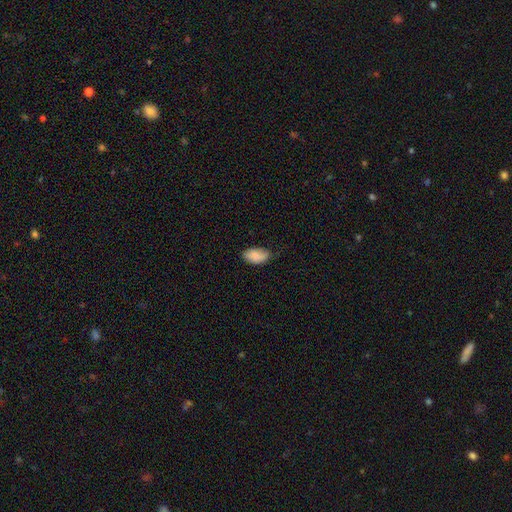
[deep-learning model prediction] smooth-or-featured: smooth: 87% | star or artifact: 7% | featured or disk: 6%
  how-rounded: in between: 94% | round: 4% | cigar-shaped: 2%
  merging: none: 60% | minor disturbance: 33% | major disturbance: 6% | merger: 1%